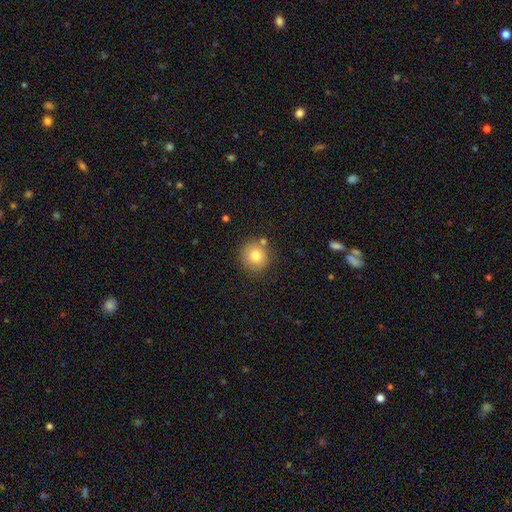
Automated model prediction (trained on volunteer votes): A smooth galaxy with no disk features (78%) that is round (92%). Merging: none (79%).